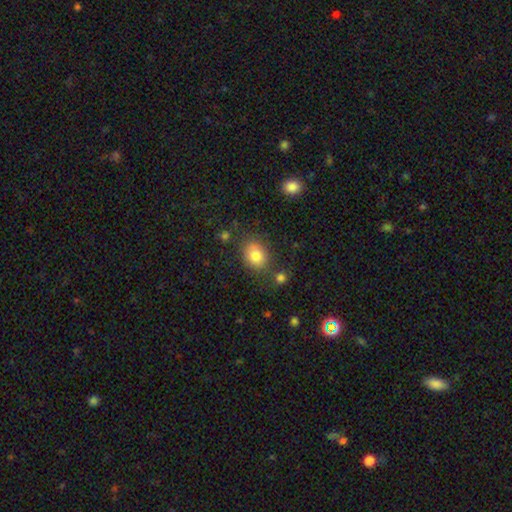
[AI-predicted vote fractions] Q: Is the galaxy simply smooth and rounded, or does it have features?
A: smooth — 82%.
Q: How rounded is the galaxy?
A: in between — 52%.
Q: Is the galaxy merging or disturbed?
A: none — 73%.